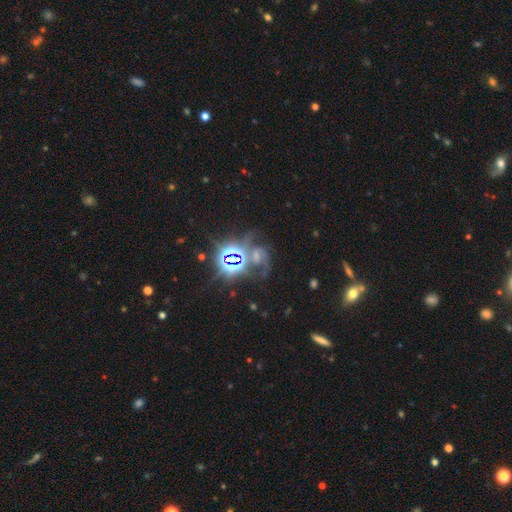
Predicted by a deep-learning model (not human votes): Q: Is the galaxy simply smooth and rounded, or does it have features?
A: star or artifact — 45%.